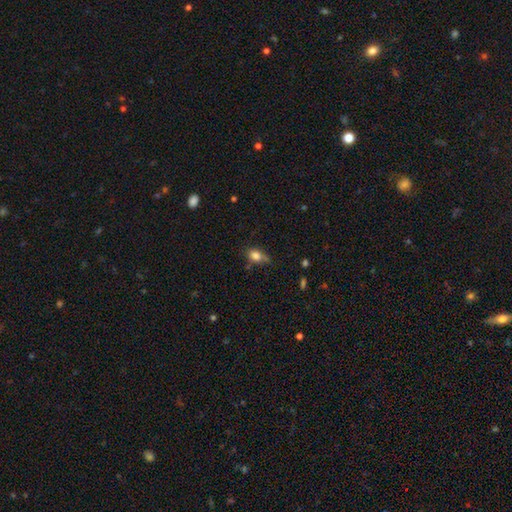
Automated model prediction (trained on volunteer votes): A smooth galaxy with no disk features (80%) that is in between round and cigar-shaped (70%). Merging: none (49%).